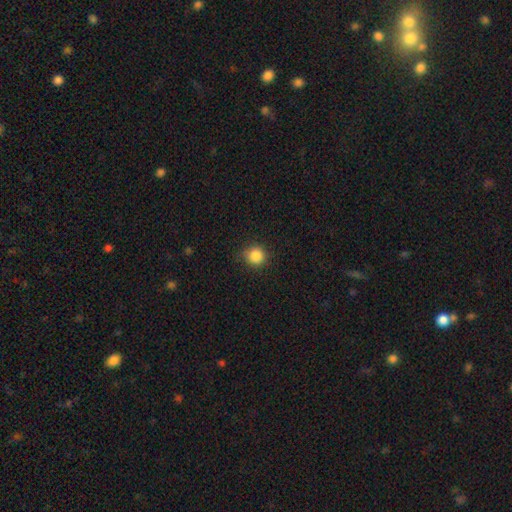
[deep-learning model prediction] This is clearly a smooth galaxy (86%). How rounded: clearly round (92%). Merging: clearly none (86%).